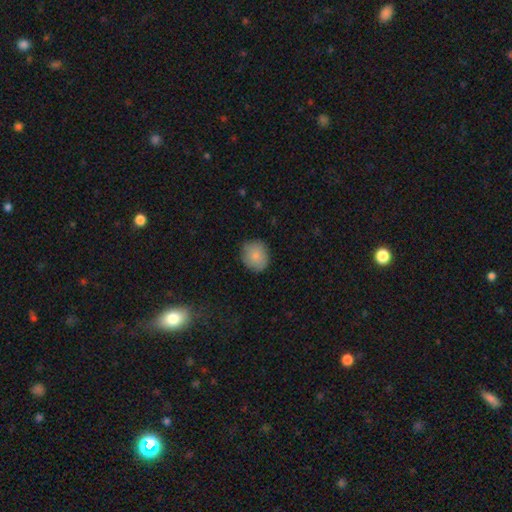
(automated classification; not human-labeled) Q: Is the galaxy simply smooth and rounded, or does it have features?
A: smooth — 83%.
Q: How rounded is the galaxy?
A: round — 76%.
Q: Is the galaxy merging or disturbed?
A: none — 83%.